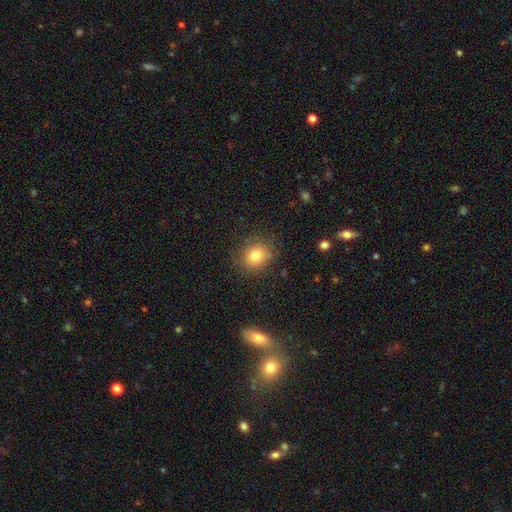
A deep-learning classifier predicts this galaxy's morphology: A smooth galaxy with no disk features (79%) that is round (70%).

Vote fractions:
- Smooth or featured? smooth: 79% / star or artifact: 12% / featured or disk: 9%
- How rounded? round: 70% / in between: 29% / cigar-shaped: 1%
- Merging? none: 84% / minor disturbance: 11% / major disturbance: 3% / merger: 1%